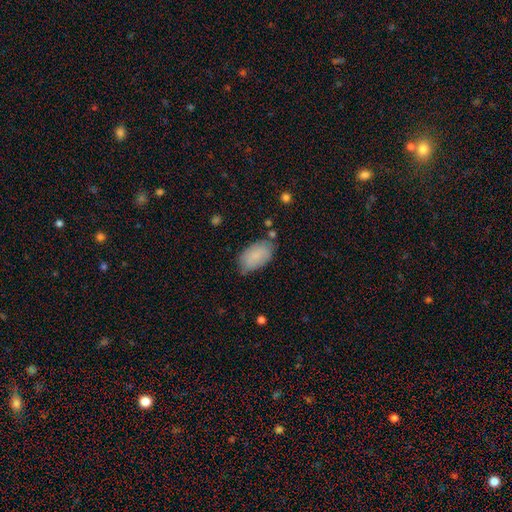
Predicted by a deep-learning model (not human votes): Smooth or featured? Predicted: smooth (p=0.83). How rounded? Predicted: in between (p=0.94). Merging? Predicted: none (p=0.68).